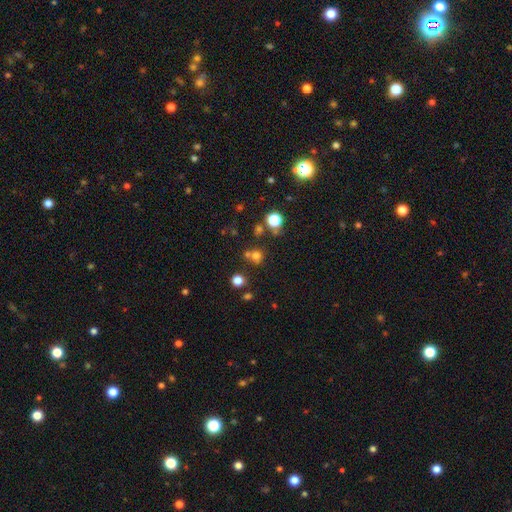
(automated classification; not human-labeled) This appears to be a smooth galaxy with no disk features (65%) that is round (85%). Merging: none (57%).